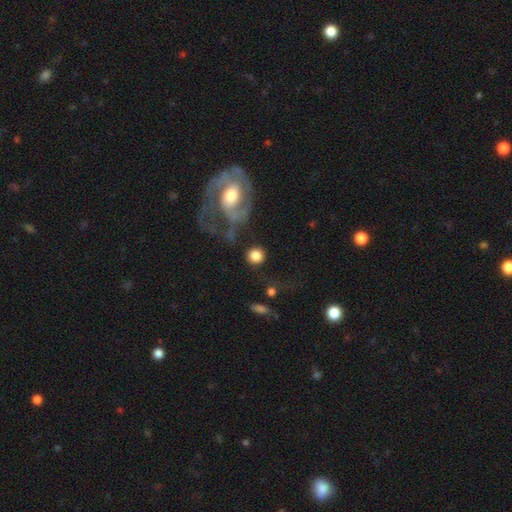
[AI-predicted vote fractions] This appears to be a smooth galaxy with no disk features (79%) that is round (91%). Merging: none (71%).